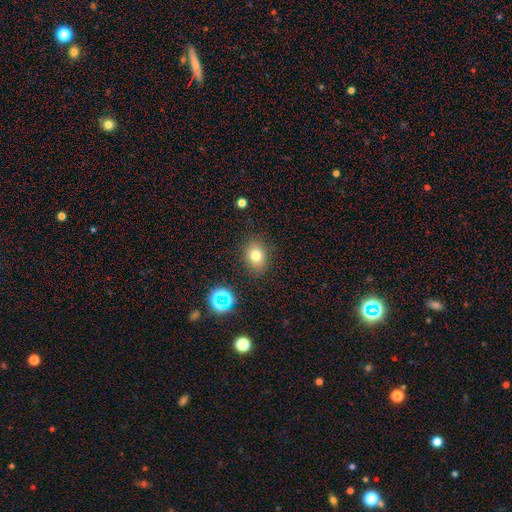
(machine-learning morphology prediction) Overall: smooth (75%). How rounded: in between (53%; round 46%). Merging: none (85%).